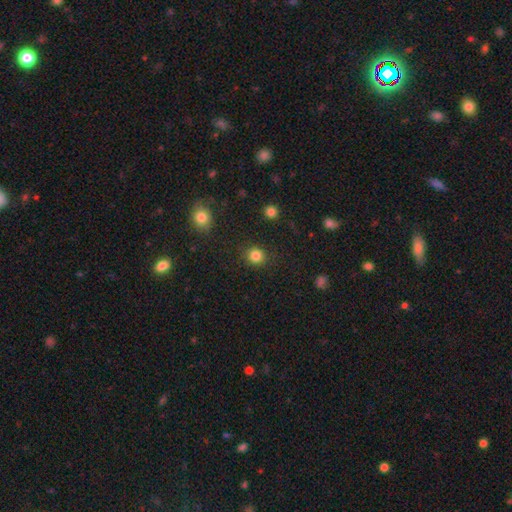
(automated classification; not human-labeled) smooth 84%, star or artifact 12%, featured or disk 4%. Down the decision tree: how rounded — round (89%); merging — none (89%).